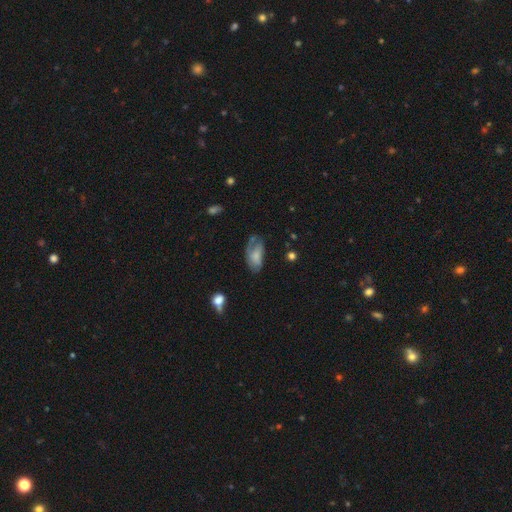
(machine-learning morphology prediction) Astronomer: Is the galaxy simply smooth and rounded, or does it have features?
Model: smooth — 60%.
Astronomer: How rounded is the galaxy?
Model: in between — 91%.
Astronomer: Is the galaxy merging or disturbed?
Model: none — 40% (runner-up: minor disturbance, 33%).